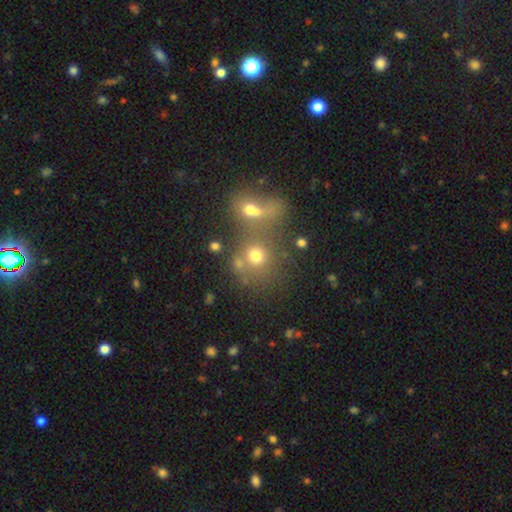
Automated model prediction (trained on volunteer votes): smooth-or-featured: smooth: 68% | star or artifact: 18% | featured or disk: 14%
  how-rounded: round: 79% | in between: 20% | cigar-shaped: 1%
  merging: merger: 46% | none: 40% | minor disturbance: 8% | major disturbance: 6%